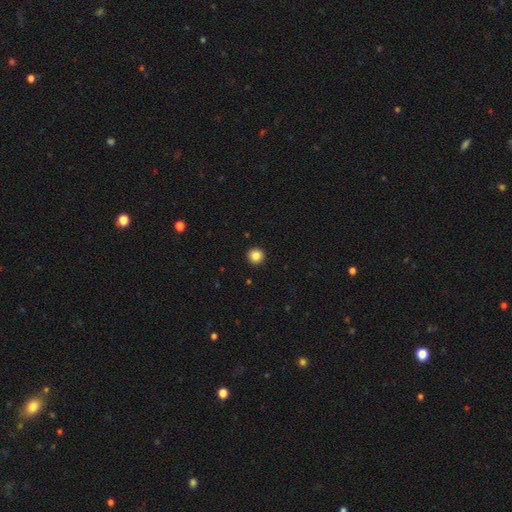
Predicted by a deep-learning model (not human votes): smooth-or-featured: smooth: 85% | star or artifact: 10% | featured or disk: 4%
  how-rounded: round: 96% | in between: 3% | cigar-shaped: 1%
  merging: none: 94% | minor disturbance: 4% | major disturbance: 1% | merger: 1%